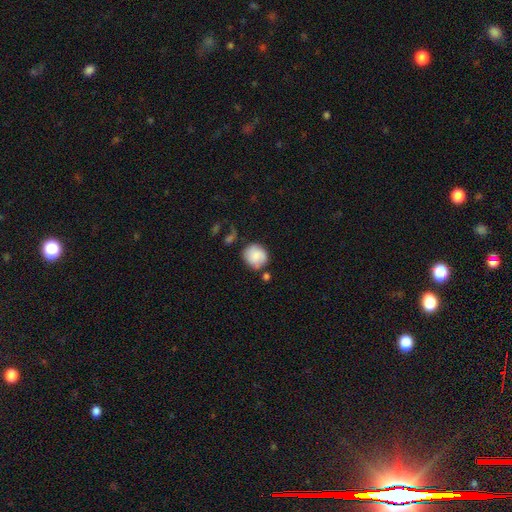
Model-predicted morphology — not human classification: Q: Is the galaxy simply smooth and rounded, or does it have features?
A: smooth — 81%.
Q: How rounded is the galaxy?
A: round — 81%.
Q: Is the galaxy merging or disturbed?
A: none — 60%.